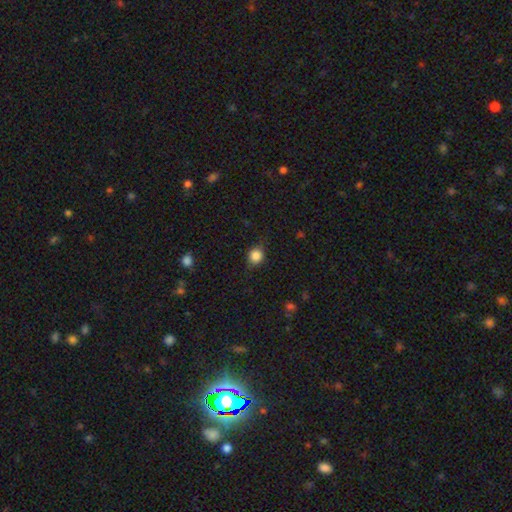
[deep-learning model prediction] Smooth or featured? smooth (84%)
How rounded? round (76%)
Merging? none (80%)